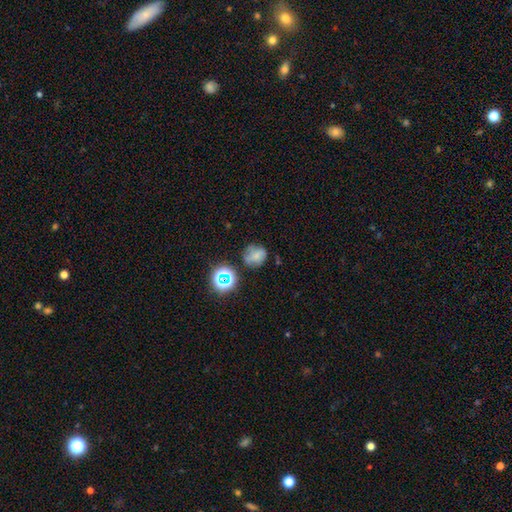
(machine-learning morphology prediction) A smooth galaxy with no disk features (62%) that is round (75%).

Vote fractions:
- Smooth or featured? smooth: 62% / star or artifact: 20% / featured or disk: 19%
- How rounded? round: 75% / in between: 24% / cigar-shaped: 1%
- Merging? none: 59% / minor disturbance: 24% / major disturbance: 10% / merger: 6%